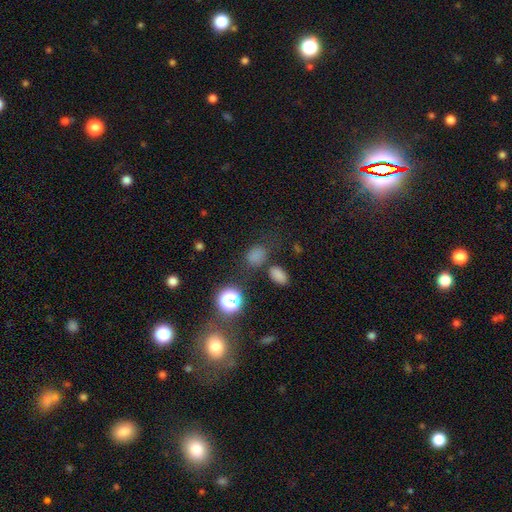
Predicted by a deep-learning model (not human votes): A smooth galaxy with no disk features (64%) that is in between round and cigar-shaped (56%). Merging: none (66%).